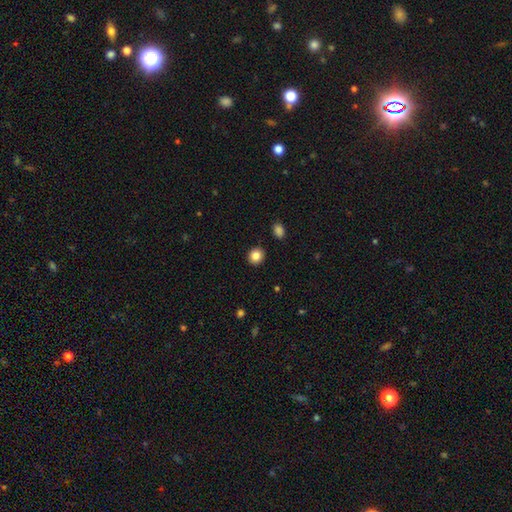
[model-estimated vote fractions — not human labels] Smooth or featured?
  - smooth: 85% *
  - star or artifact: 10%
  - featured or disk: 5%
How rounded?
  - round: 86% *
  - in between: 13%
  - cigar-shaped: 1%
Merging?
  - none: 91% *
  - minor disturbance: 5%
  - major disturbance: 2%
  - merger: 2%